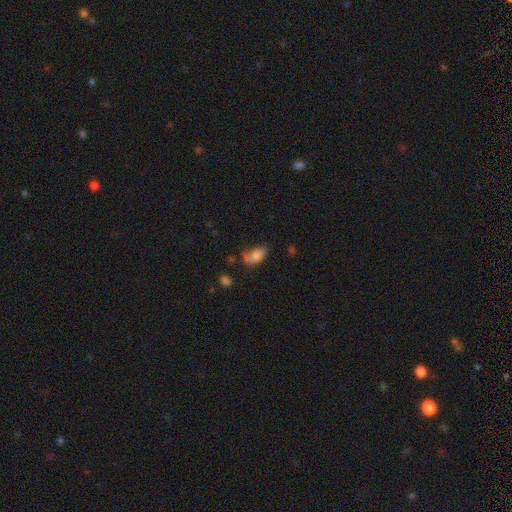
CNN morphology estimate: Overall: smooth (74%). How rounded: in between (90%). Merging: none (49%; minor disturbance 32%).